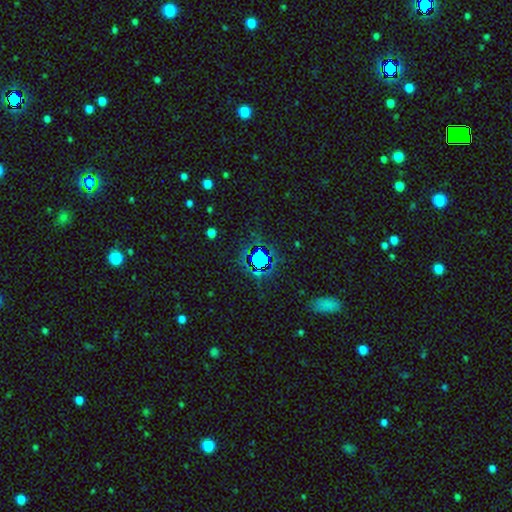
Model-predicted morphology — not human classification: Smooth or featured?
  - star or artifact: 69% *
  - smooth: 21%
  - featured or disk: 10%